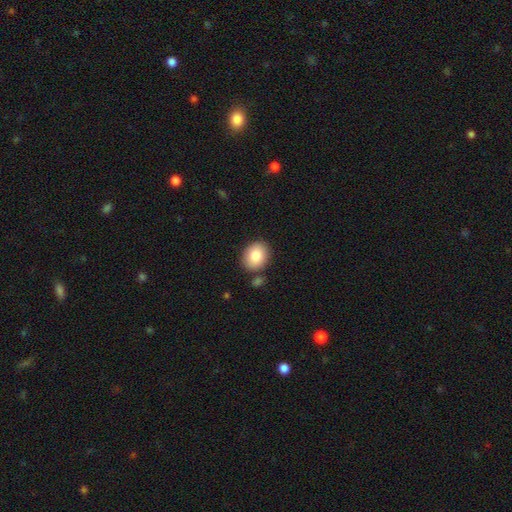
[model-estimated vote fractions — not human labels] Morphology: type=smooth (84%); roundness=round (50%); merging=none (80%).